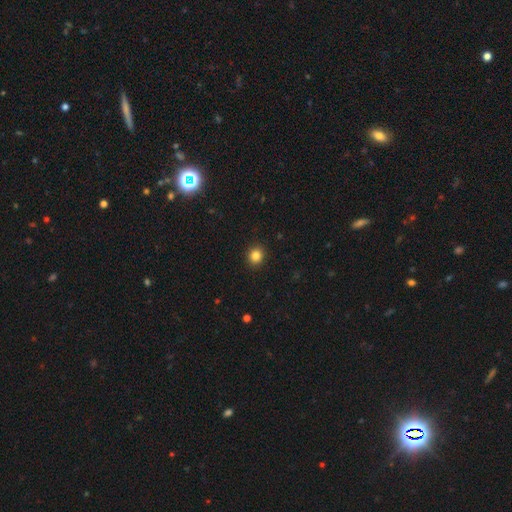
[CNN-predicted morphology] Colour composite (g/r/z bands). It shows a smooth galaxy with no disk features (83%) that is round (83%). Merging: none (92%).